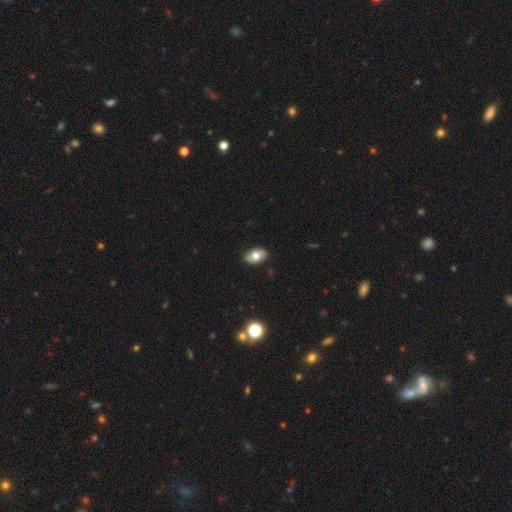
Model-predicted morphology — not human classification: A smooth galaxy with no disk features (64%) that is in between round and cigar-shaped (90%).

Vote fractions:
- Smooth or featured? smooth: 64% / featured or disk: 28% / star or artifact: 8%
- How rounded? in between: 90% / round: 8% / cigar-shaped: 2%
- Merging? none: 85% / minor disturbance: 11% / major disturbance: 2% / merger: 1%